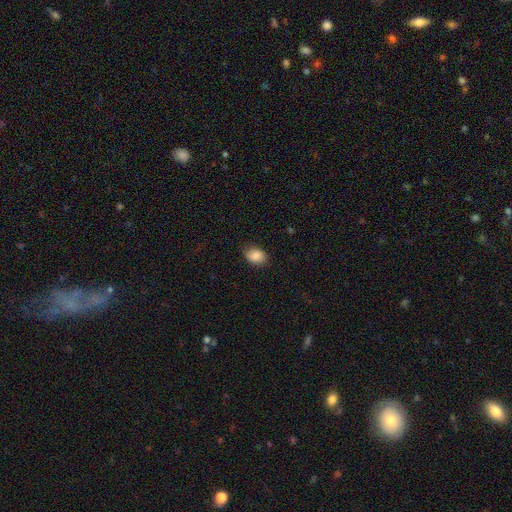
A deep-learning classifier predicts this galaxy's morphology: smooth-or-featured: smooth: 86% | star or artifact: 8% | featured or disk: 6%
  how-rounded: in between: 76% | round: 22% | cigar-shaped: 1%
  merging: none: 80% | minor disturbance: 16% | major disturbance: 3% | merger: 1%